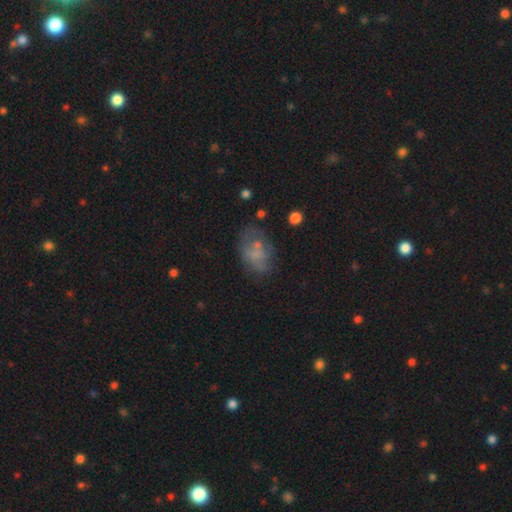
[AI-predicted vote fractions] Q: Smooth or featured?
A: smooth (52%); runner-up: featured or disk (35%)
Q: How rounded?
A: in between (82%); runner-up: round (16%)
Q: Merging?
A: none (46%); runner-up: minor disturbance (26%)